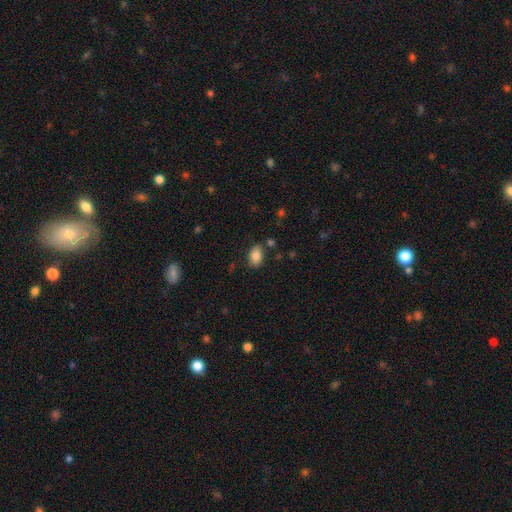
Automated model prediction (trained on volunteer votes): Smooth or featured? Predicted: smooth (p=0.85). How rounded? Predicted: in between (p=0.87). Merging? Predicted: none (p=0.79).